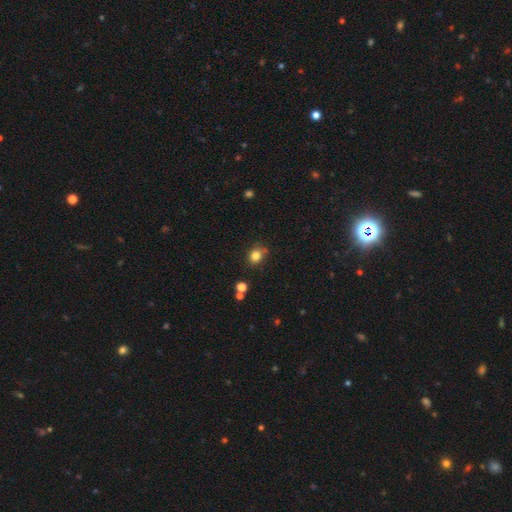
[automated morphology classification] A smooth galaxy with no disk features (81%) that is round (69%).

Vote fractions:
- Smooth or featured? smooth: 81% / star or artifact: 13% / featured or disk: 6%
- How rounded? round: 69% / in between: 30% / cigar-shaped: 1%
- Merging? none: 72% / minor disturbance: 17% / merger: 7% / major disturbance: 4%